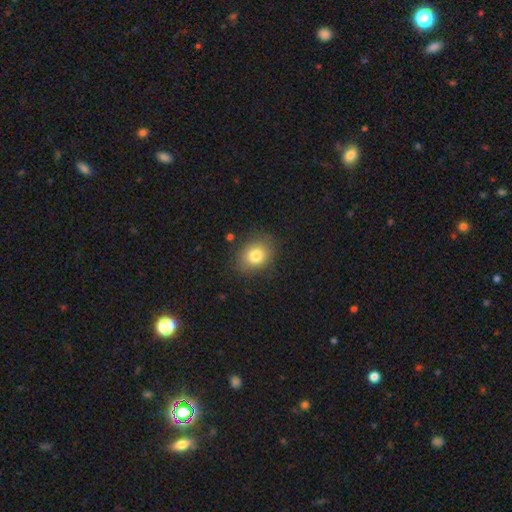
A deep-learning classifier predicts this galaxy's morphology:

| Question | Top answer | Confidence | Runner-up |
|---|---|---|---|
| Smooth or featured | smooth | 81% | star or artifact (10%) |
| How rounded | round | 60% | in between (39%) |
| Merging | none | 83% | minor disturbance (12%) |